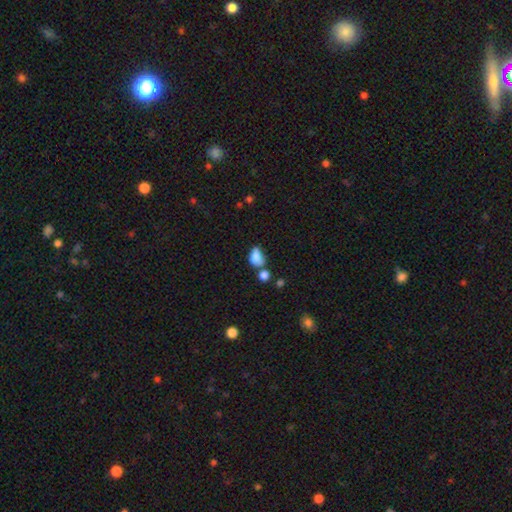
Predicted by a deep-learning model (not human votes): A smooth galaxy with no disk features (77%) that is in between round and cigar-shaped (80%). Merging: none (31%).